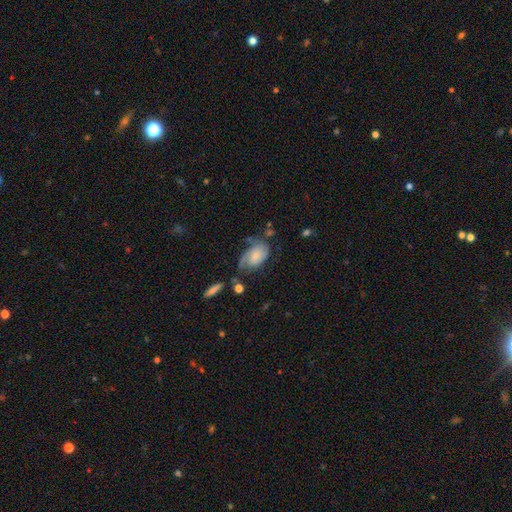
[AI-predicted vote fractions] A smooth galaxy with no disk features (50%). Merging: none (37%).